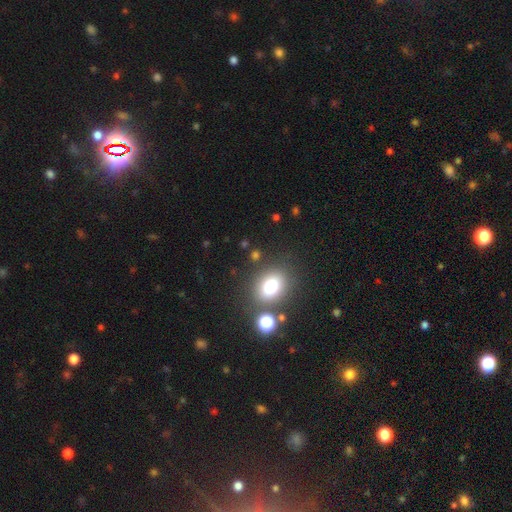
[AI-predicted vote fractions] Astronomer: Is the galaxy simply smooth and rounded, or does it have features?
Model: smooth — 75%.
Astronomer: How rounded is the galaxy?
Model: in between — 59% (runner-up: round, 39%).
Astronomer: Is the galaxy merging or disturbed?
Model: none — 76%.